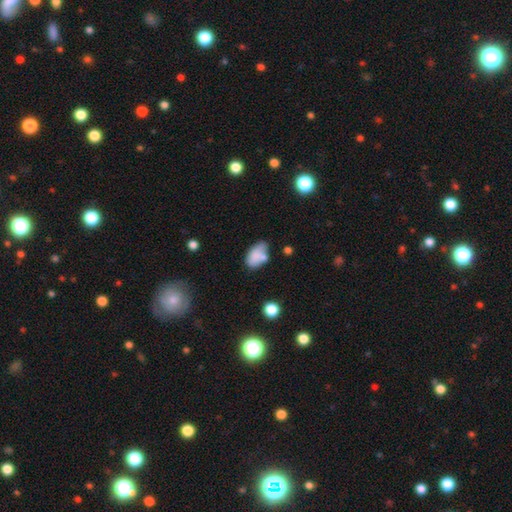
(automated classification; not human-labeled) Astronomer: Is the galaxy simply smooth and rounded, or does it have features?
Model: smooth — 77%.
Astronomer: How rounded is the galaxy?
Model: in between — 90%.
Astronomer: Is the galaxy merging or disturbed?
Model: none — 46% (runner-up: minor disturbance, 26%).